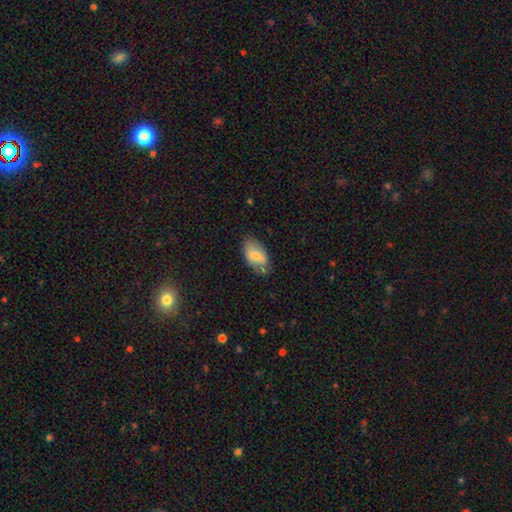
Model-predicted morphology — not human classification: smooth_or_featured: smooth (p=0.64) [alt: featured or disk p=0.29]
how_rounded: in between (p=0.93) [alt: round p=0.04]
merging: none (p=0.68) [alt: minor disturbance p=0.24]